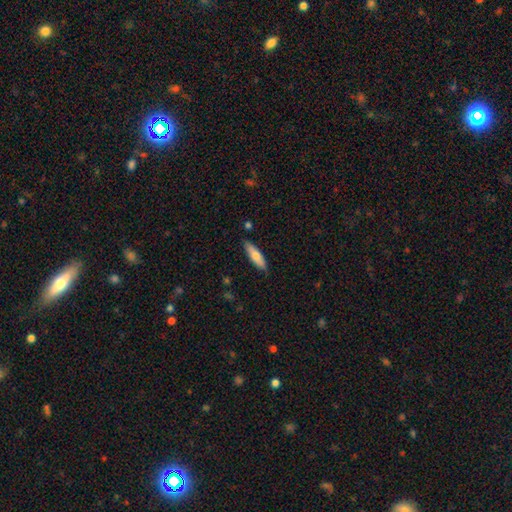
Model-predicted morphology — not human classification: Smooth or featured?
  - smooth: 67% *
  - featured or disk: 27%
  - star or artifact: 6%
How rounded?
  - cigar-shaped: 64% *
  - in between: 34%
  - round: 2%
Merging?
  - none: 85% *
  - minor disturbance: 12%
  - major disturbance: 2%
  - merger: 2%